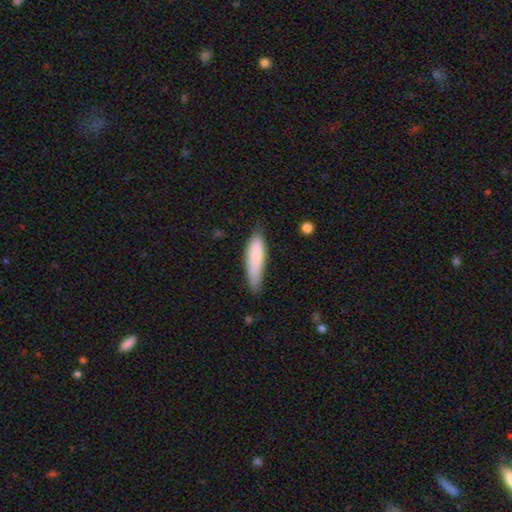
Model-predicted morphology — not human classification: Smooth or featured? smooth (81%)
How rounded? cigar-shaped (70%)
Merging? none (69%)